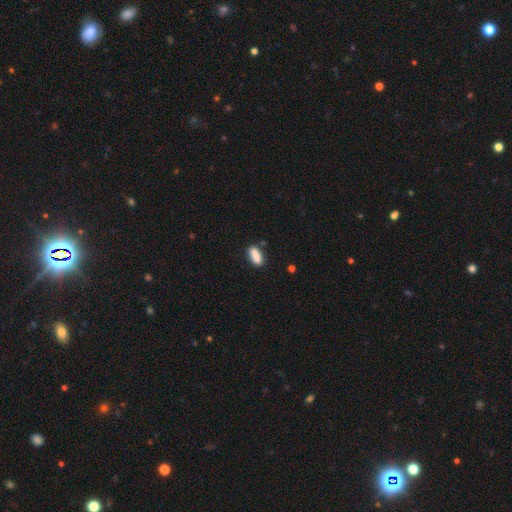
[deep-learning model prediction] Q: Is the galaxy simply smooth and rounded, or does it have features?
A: smooth — 88%.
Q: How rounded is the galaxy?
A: in between — 75%.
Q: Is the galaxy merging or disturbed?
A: none — 85%.